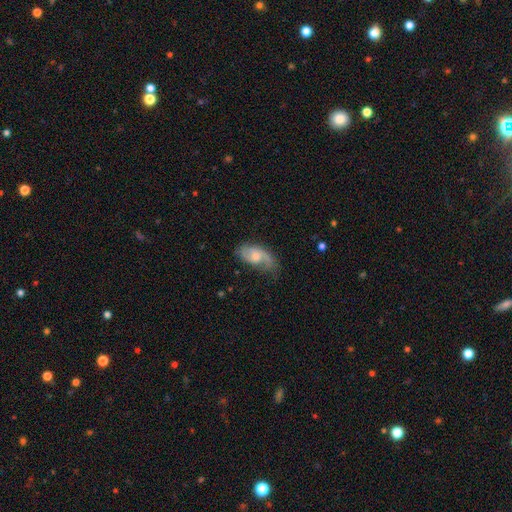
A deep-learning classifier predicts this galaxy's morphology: smooth_or_featured: featured or disk (p=0.64) [alt: smooth p=0.29]
disk_edge_on: no (p=0.95) [alt: yes p=0.05]
bar: no (p=0.55) [alt: weak p=0.39]
has_spiral_arms: yes (p=0.90) [alt: no p=0.10]
spiral_winding: loose (p=0.42) [alt: medium p=0.41]
spiral_arm_count: 2 (p=0.70) [alt: 1 p=0.18]
bulge_size: moderate (p=0.50) [alt: small p=0.32]
merging: none (p=0.54) [alt: minor disturbance p=0.29]